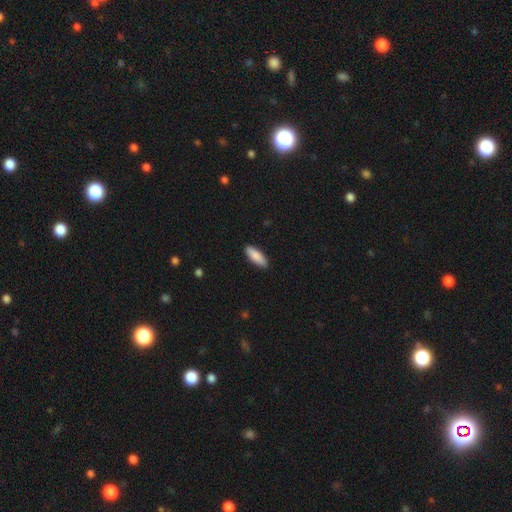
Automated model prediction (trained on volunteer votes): Q: Smooth or featured?
A: smooth (88%); runner-up: featured or disk (7%)
Q: How rounded?
A: in between (65%); runner-up: cigar-shaped (34%)
Q: Merging?
A: none (89%); runner-up: minor disturbance (8%)